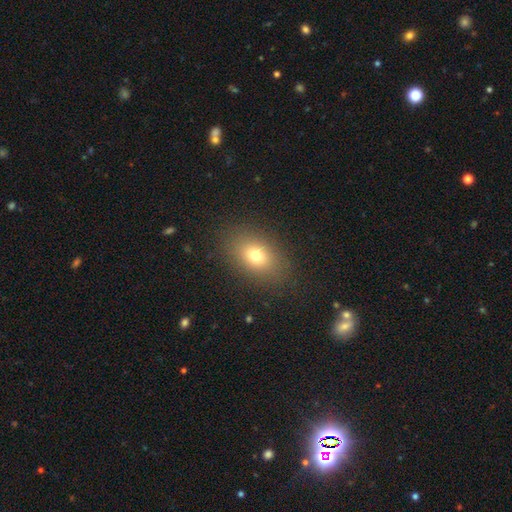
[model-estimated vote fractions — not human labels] Smooth or featured? smooth (74%)
How rounded? in between (76%)
Merging? none (85%)